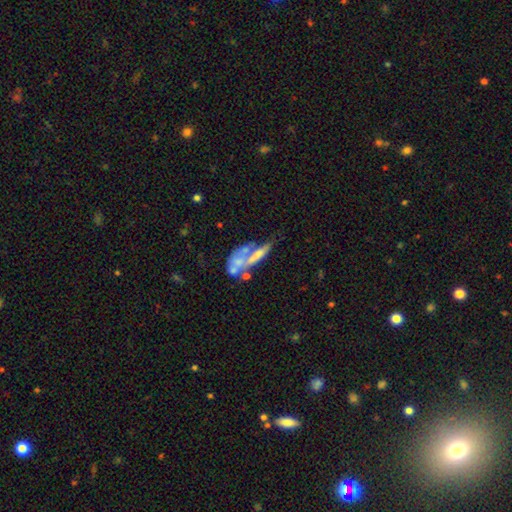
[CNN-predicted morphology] This appears to be a featured or disk galaxy (52%). Merging: merger (42%).